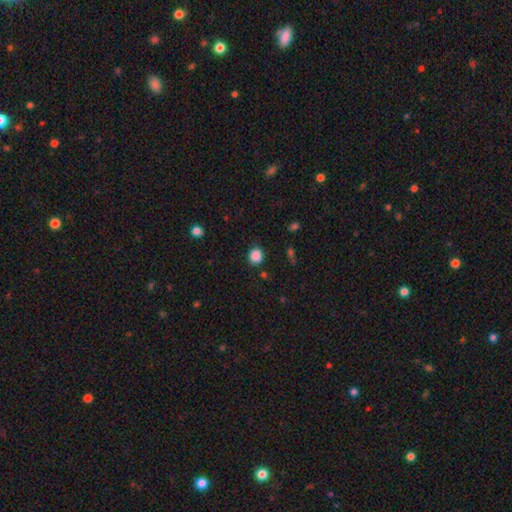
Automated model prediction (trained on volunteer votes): smooth_or_featured: smooth (p=0.87) [alt: star or artifact p=0.11]
how_rounded: round (p=0.81) [alt: in between p=0.18]
merging: none (p=0.85) [alt: minor disturbance p=0.10]